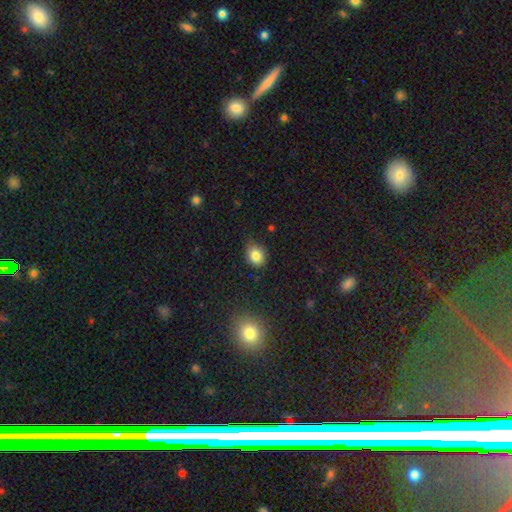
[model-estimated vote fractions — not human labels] smooth_or_featured: smooth (p=0.83) [alt: star or artifact p=0.11]
how_rounded: round (p=0.56) [alt: in between p=0.43]
merging: none (p=0.76) [alt: minor disturbance p=0.19]